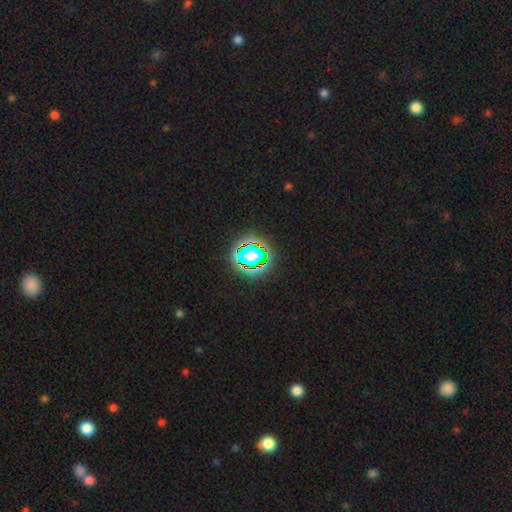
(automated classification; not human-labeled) A star or artifact, not a galaxy (54%).

Vote fractions:
- Smooth or featured? star or artifact: 54% / smooth: 28% / featured or disk: 18%